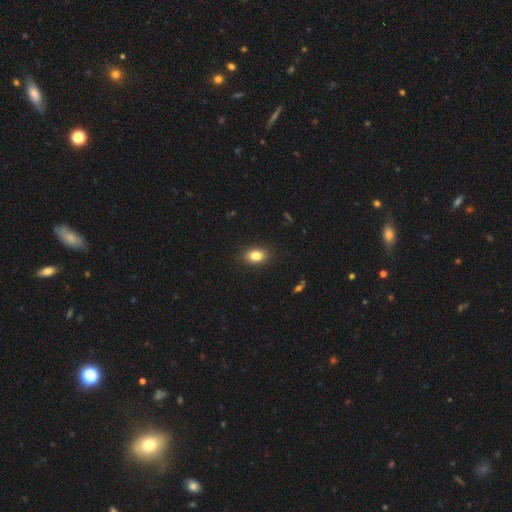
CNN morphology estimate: Smooth or featured?
  - smooth: 84% *
  - star or artifact: 9%
  - featured or disk: 7%
How rounded?
  - in between: 82% *
  - round: 17%
  - cigar-shaped: 2%
Merging?
  - none: 89% *
  - minor disturbance: 8%
  - major disturbance: 2%
  - merger: 1%